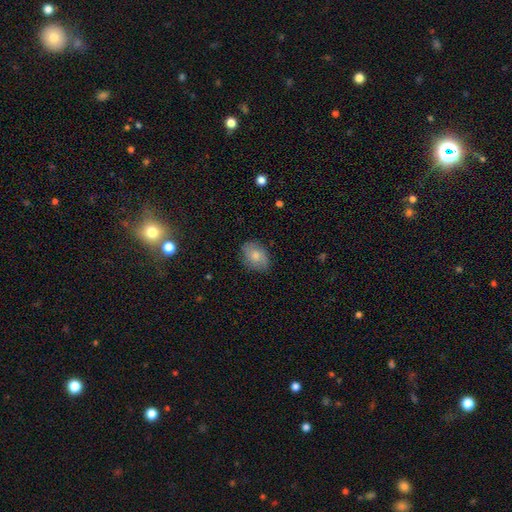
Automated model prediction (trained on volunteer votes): Smooth or featured?
  - smooth: 72% *
  - featured or disk: 20%
  - star or artifact: 8%
How rounded?
  - in between: 75% *
  - round: 24%
  - cigar-shaped: 1%
Merging?
  - none: 79% *
  - minor disturbance: 16%
  - major disturbance: 4%
  - merger: 1%